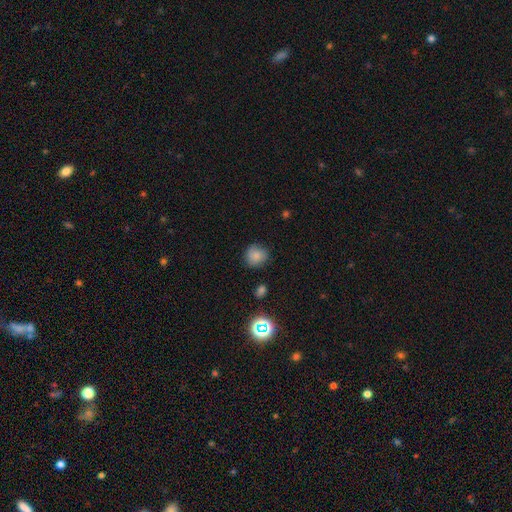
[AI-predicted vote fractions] smooth-or-featured: smooth: 80% | star or artifact: 12% | featured or disk: 8%
  how-rounded: round: 85% | in between: 14% | cigar-shaped: 1%
  merging: none: 79% | minor disturbance: 16% | major disturbance: 4% | merger: 2%